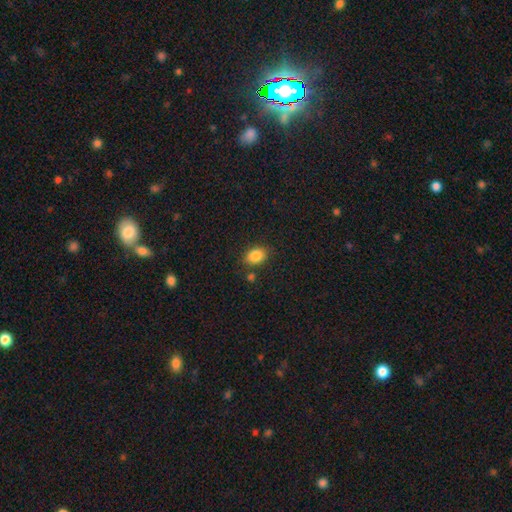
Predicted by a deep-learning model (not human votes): Smooth or featured? smooth (85%)
How rounded? in between (75%)
Merging? none (78%)